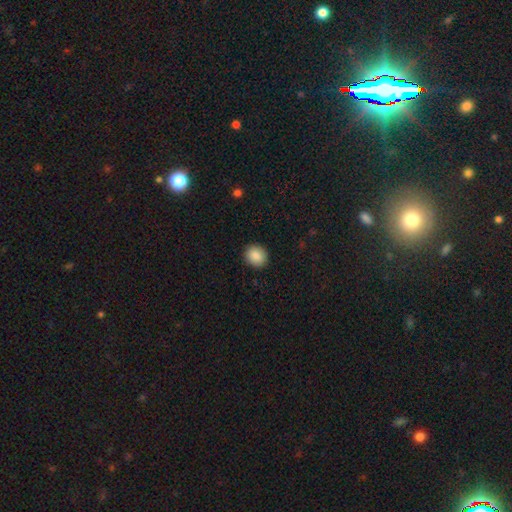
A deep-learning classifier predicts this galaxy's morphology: A smooth galaxy with no disk features (89%) that is round (78%). Merging: none (91%).